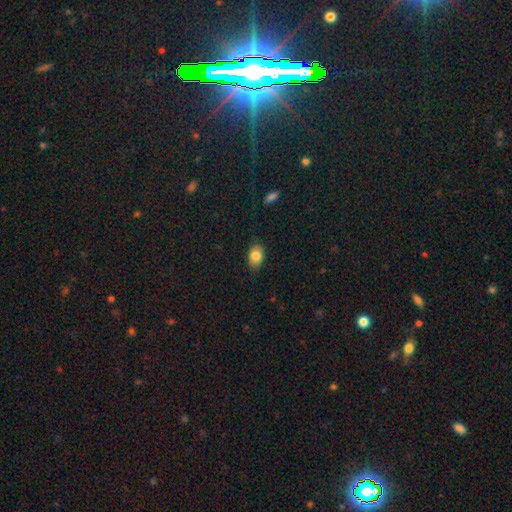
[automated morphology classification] Overall: smooth (83%). How rounded: in between (83%). Merging: none (76%).